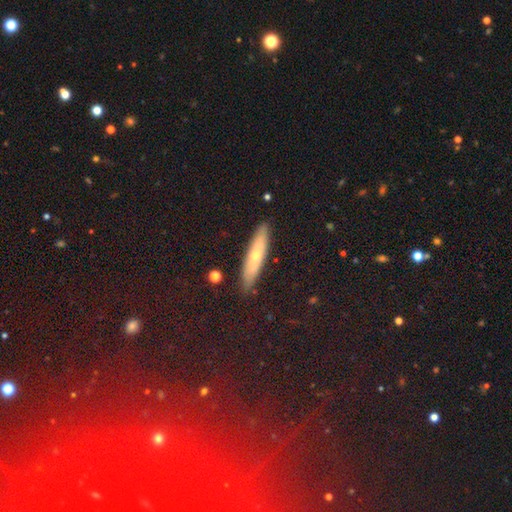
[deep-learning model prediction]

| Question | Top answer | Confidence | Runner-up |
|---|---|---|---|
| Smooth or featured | smooth | 53% | featured or disk (38%) |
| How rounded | cigar-shaped | 82% | in between (16%) |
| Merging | none | 88% | minor disturbance (9%) |